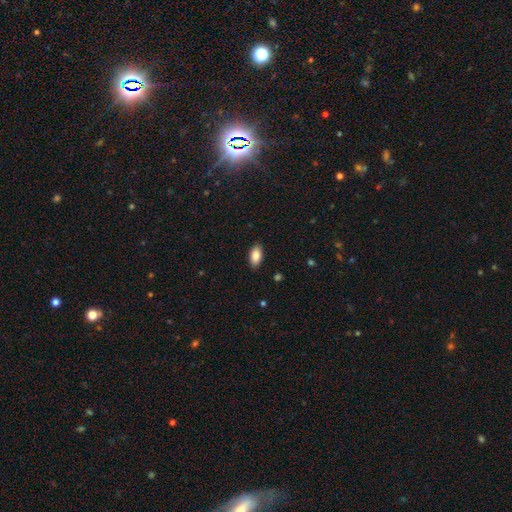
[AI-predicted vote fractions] The model was most divided on "smooth or featured": smooth: 85%, featured or disk: 8%, star or artifact: 7%. More confident: how rounded — in between (93%); merging — none (89%).